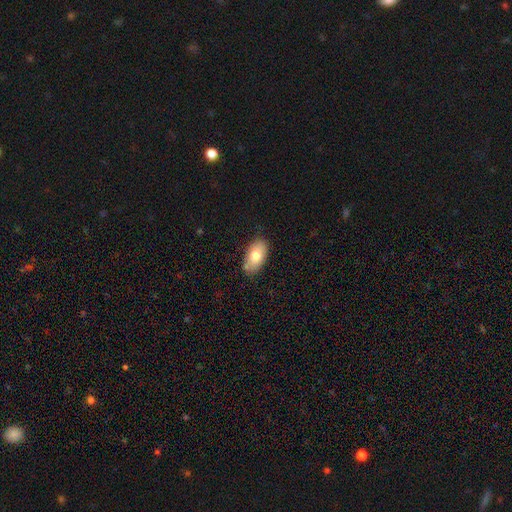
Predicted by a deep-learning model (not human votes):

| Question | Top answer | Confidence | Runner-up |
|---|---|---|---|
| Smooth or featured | smooth | 74% | featured or disk (19%) |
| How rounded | in between | 92% | round (6%) |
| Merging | none | 81% | minor disturbance (14%) |